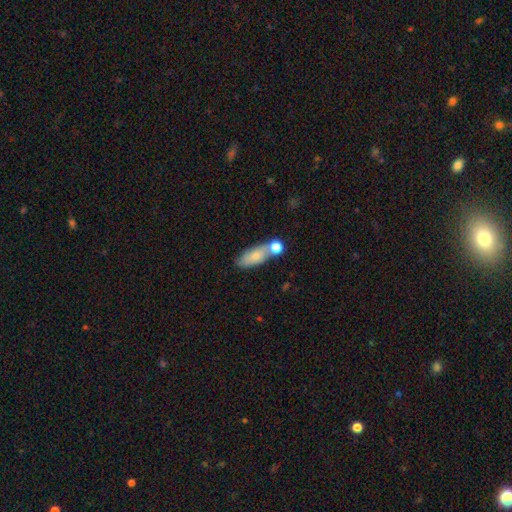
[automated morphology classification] Smooth or featured? smooth (71%)
How rounded? in between (72%)
Merging? none (50%)